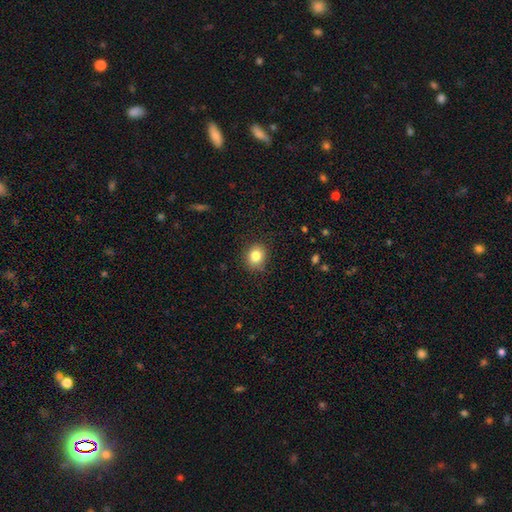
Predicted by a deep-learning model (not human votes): The model was most divided on "how rounded": round: 68%, in between: 31%, cigar-shaped: 1%. More confident: merging — none (88%); smooth or featured — smooth (83%).